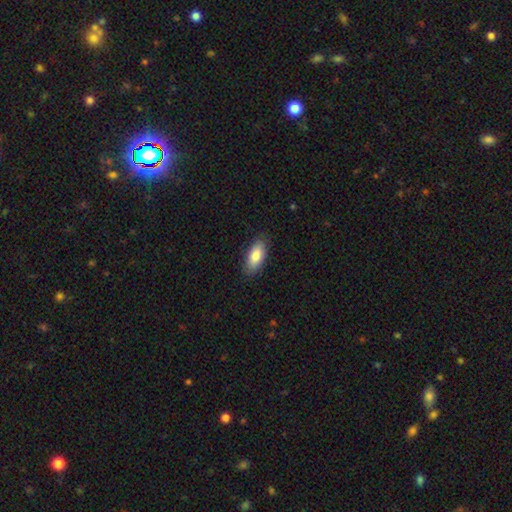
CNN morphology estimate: The model was most divided on "merging": none: 85%, minor disturbance: 11%, major disturbance: 2%, merger: 1%. More confident: how rounded — in between (86%); smooth or featured — smooth (84%).